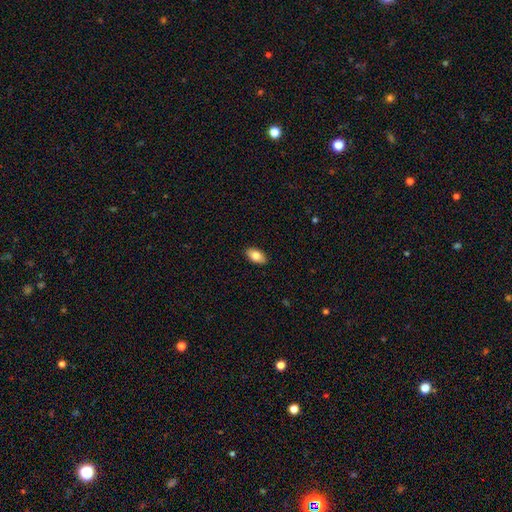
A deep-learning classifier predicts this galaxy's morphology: This appears to be a smooth galaxy with no disk features (80%) that is in between round and cigar-shaped (92%). Merging: none (90%).